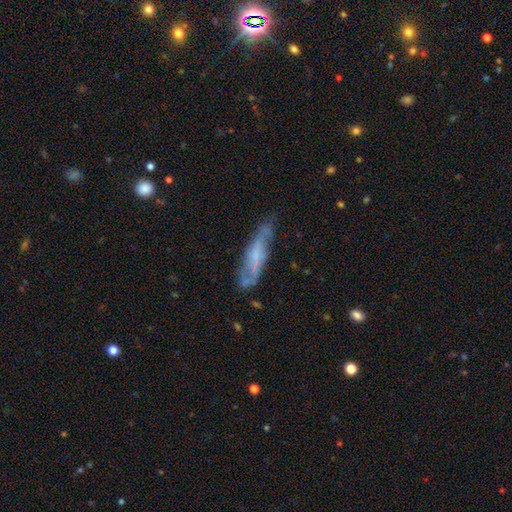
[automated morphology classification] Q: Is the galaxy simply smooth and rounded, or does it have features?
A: featured or disk — 59%.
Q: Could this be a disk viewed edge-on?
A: no — 56%.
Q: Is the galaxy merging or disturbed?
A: none — 63%.